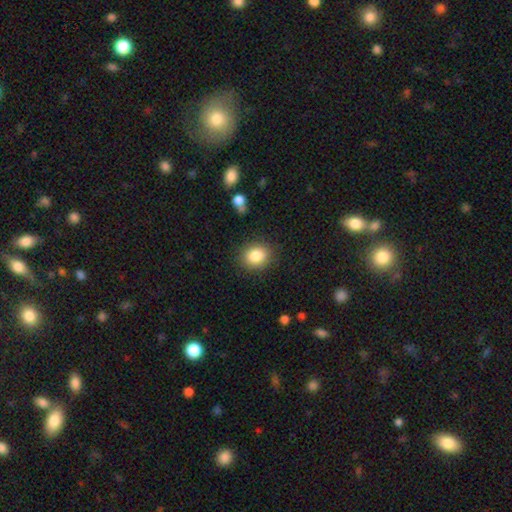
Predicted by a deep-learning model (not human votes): This appears to be a smooth galaxy with no disk features (85%) that is round (68%). Merging: none (87%).